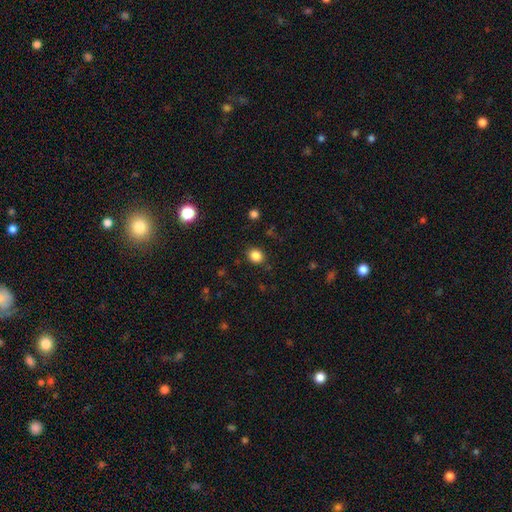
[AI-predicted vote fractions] This appears to be a smooth galaxy with no disk features (84%) that is round (68%). Merging: none (87%).